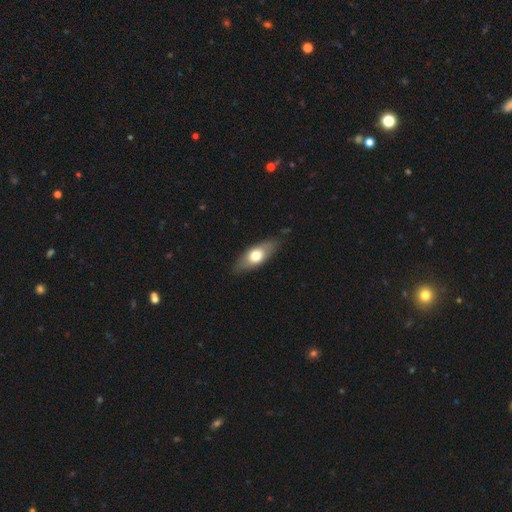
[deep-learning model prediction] Smooth or featured: smooth — 62% (featured or disk — 33%)
How rounded: in between — 75% (cigar-shaped — 21%)
Merging: none — 82% (minor disturbance — 14%)